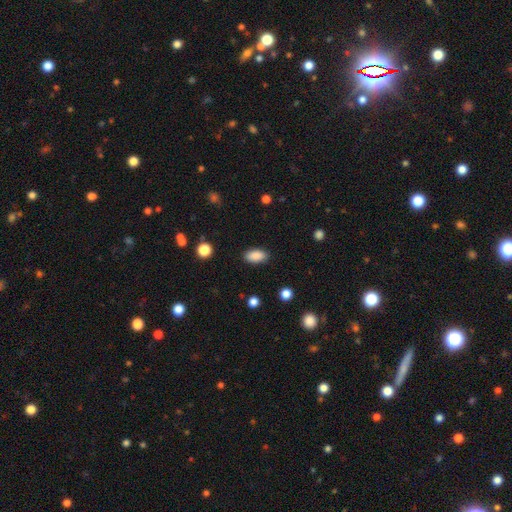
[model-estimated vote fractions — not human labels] The model was most divided on "merging": none: 89%, minor disturbance: 8%, major disturbance: 2%, merger: 1%. More confident: how rounded — in between (92%); smooth or featured — smooth (89%).